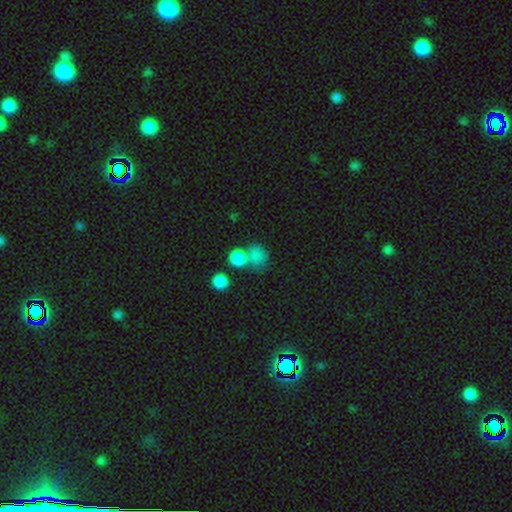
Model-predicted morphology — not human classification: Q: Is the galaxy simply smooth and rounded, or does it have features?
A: smooth — 79%.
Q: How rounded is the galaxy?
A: round — 66%.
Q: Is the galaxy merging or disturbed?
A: merger — 42%.